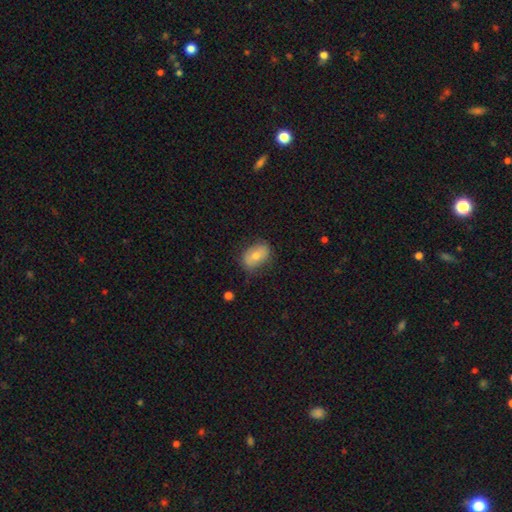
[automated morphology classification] This appears to be a smooth galaxy with no disk features (69%) that is in between round and cigar-shaped (84%). Merging: none (74%).